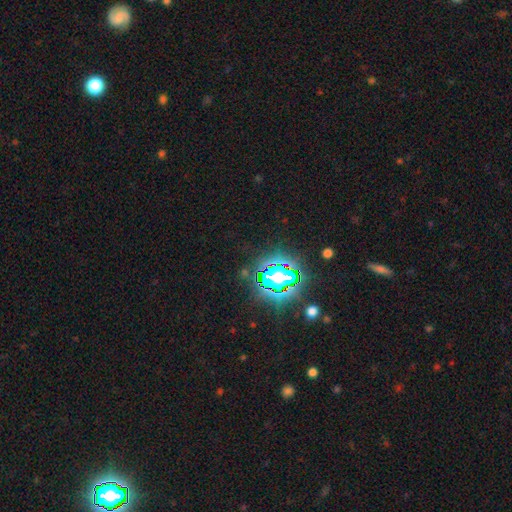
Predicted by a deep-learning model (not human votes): Smooth or featured? Predicted: star or artifact (p=0.80).